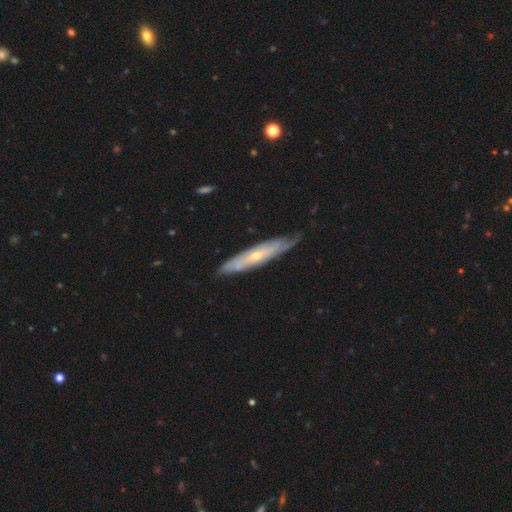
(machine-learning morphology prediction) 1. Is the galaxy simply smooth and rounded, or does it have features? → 68% featured or disk, 26% smooth, 6% star or artifact.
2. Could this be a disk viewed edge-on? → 58% yes, 42% no.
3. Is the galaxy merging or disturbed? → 78% none, 18% minor disturbance, 3% major disturbance, 1% merger.